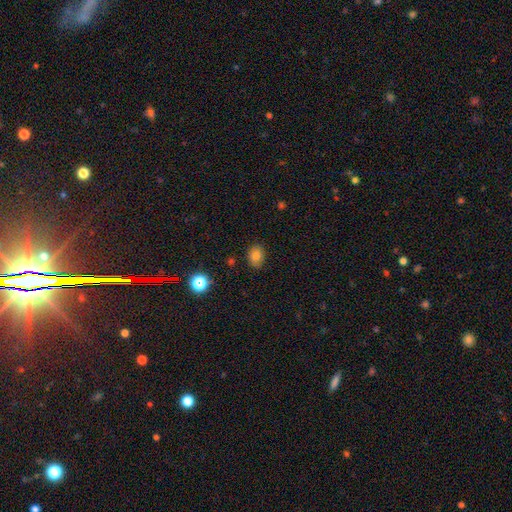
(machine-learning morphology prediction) Overall: smooth (80%). How rounded: in between (60%; round 39%). Merging: none (80%).